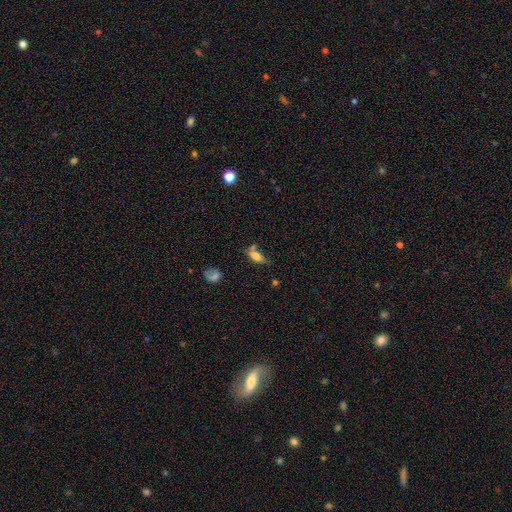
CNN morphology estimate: Smooth or featured?
  - smooth: 71% *
  - featured or disk: 19%
  - star or artifact: 10%
How rounded?
  - in between: 73% *
  - cigar-shaped: 23%
  - round: 4%
Merging?
  - none: 49% *
  - minor disturbance: 24%
  - merger: 17%
  - major disturbance: 10%